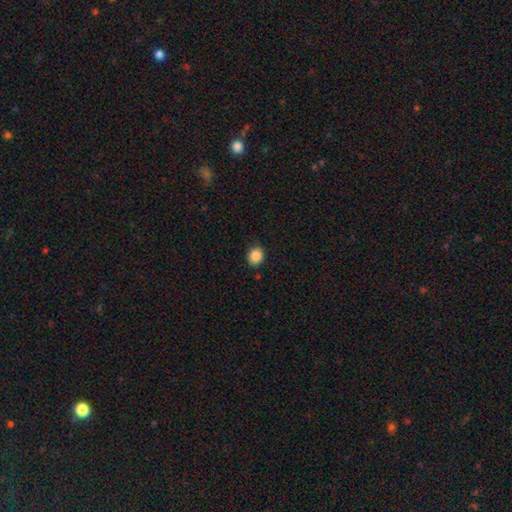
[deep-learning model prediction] Smooth or featured: smooth — 87% (star or artifact — 9%)
How rounded: round — 68% (in between — 31%)
Merging: none — 86% (minor disturbance — 10%)